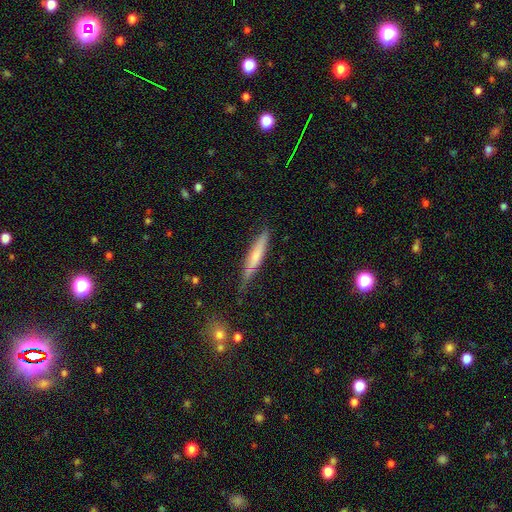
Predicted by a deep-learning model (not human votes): This is possibly a smooth galaxy (55%). How rounded: clearly cigar-shaped (90%). Merging: likely none (68%).